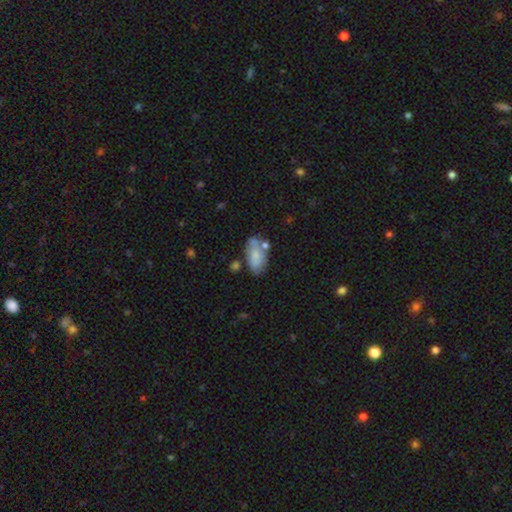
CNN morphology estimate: type=smooth (72%); roundness=in between (91%); merging=none (49%).